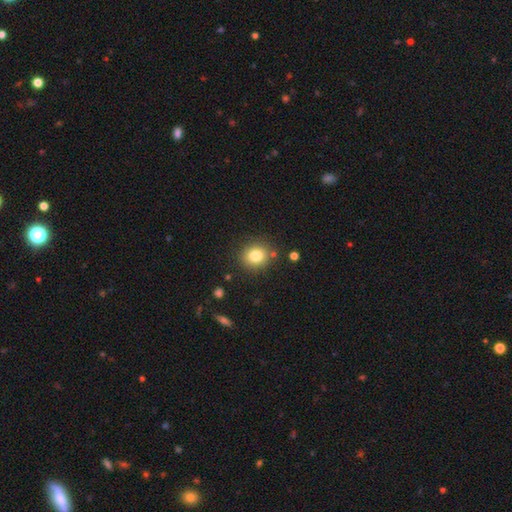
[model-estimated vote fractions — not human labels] Overall: smooth (81%). How rounded: round (77%). Merging: none (84%).